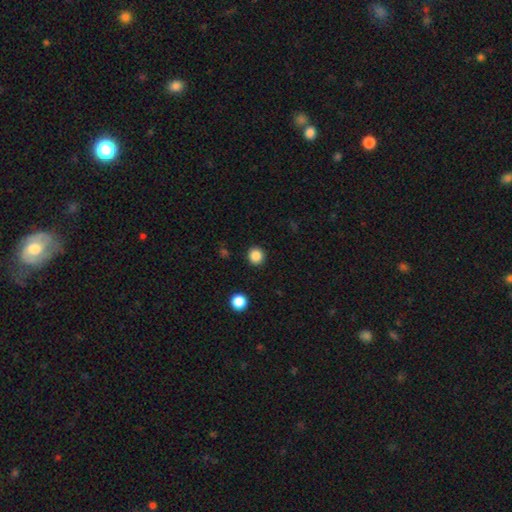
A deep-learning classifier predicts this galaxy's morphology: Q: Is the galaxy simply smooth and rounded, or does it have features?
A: smooth — 86%.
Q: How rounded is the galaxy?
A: round — 94%.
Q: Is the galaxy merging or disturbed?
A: none — 92%.